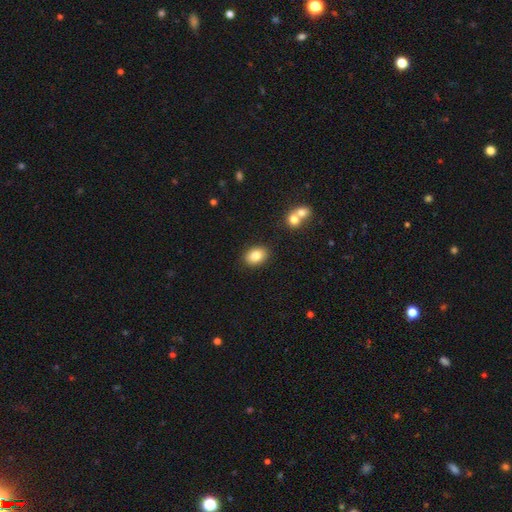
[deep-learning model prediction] A smooth galaxy with no disk features (83%) that is in between round and cigar-shaped (74%).

Vote fractions:
- Smooth or featured? smooth: 83% / featured or disk: 9% / star or artifact: 8%
- How rounded? in between: 74% / round: 25% / cigar-shaped: 1%
- Merging? none: 88% / minor disturbance: 7% / merger: 3% / major disturbance: 2%